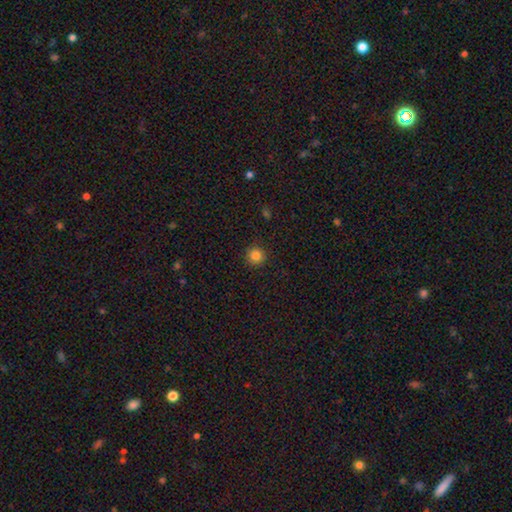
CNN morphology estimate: Smooth or featured?
  - smooth: 84% *
  - star or artifact: 12%
  - featured or disk: 5%
How rounded?
  - round: 95% *
  - in between: 4%
  - cigar-shaped: 1%
Merging?
  - none: 92% *
  - minor disturbance: 6%
  - major disturbance: 2%
  - merger: 1%